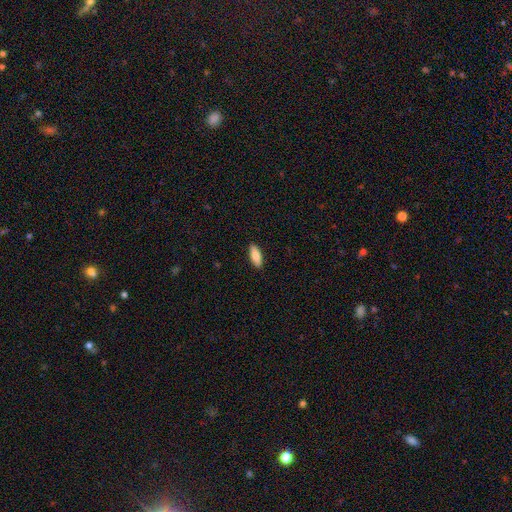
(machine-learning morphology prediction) Smooth or featured? smooth (84%)
How rounded? in between (73%)
Merging? none (90%)